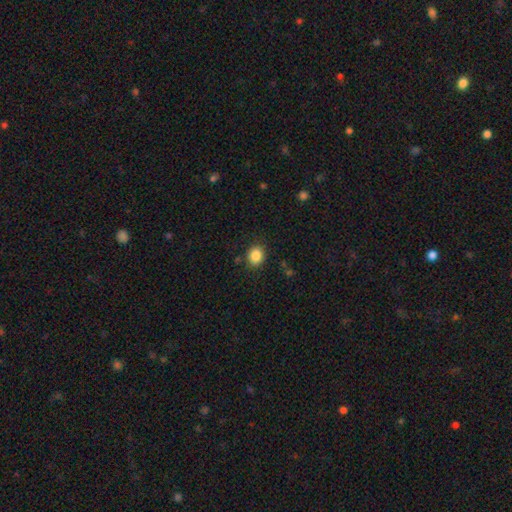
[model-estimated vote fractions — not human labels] This is clearly a smooth galaxy (86%). How rounded: likely round (67%). Merging: clearly none (87%).